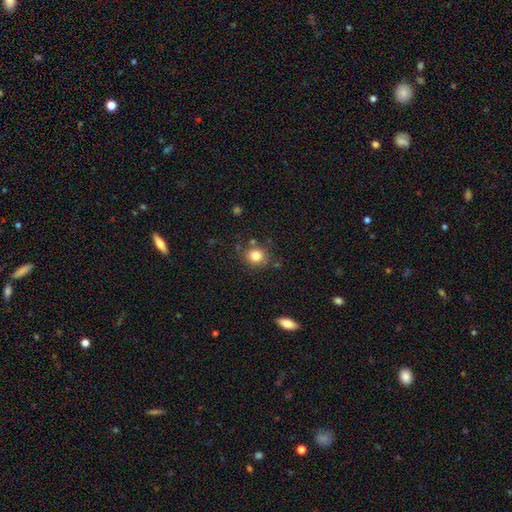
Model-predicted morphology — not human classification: Smooth or featured? Predicted: smooth (p=0.81). How rounded? Predicted: round (p=0.83). Merging? Predicted: none (p=0.78).